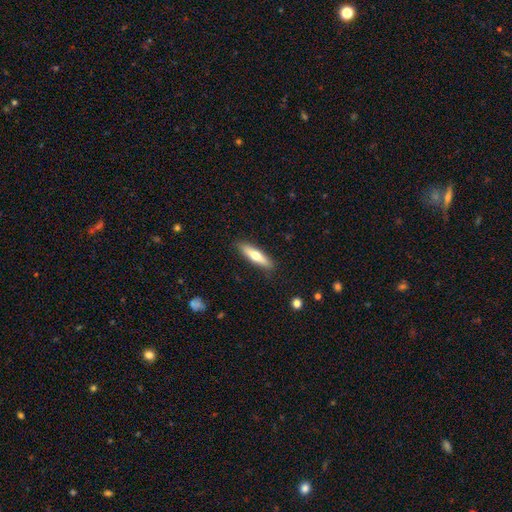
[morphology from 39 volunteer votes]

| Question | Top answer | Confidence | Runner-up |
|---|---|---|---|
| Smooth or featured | featured or disk | 51% | smooth (41%) |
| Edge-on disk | yes | 100% | — |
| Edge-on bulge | rounded | 100% | — |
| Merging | none | 92% | minor disturbance (8%) |